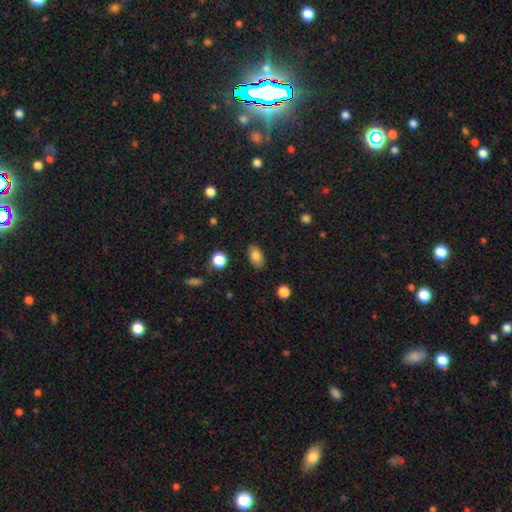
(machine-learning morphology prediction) This is clearly a smooth galaxy (83%). How rounded: clearly in between (89%). Merging: clearly none (85%).